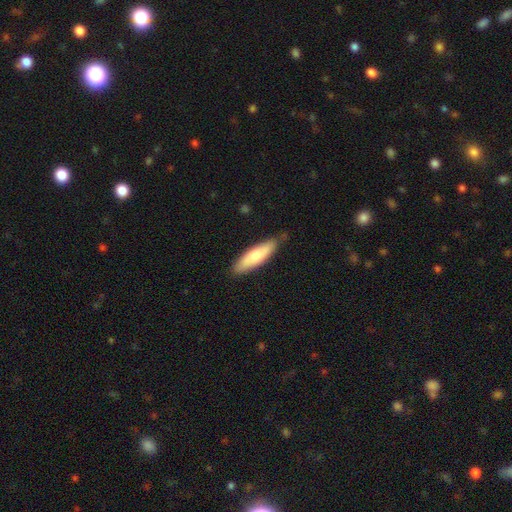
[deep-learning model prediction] Smooth or featured?
  - smooth: 70% *
  - featured or disk: 25%
  - star or artifact: 5%
How rounded?
  - cigar-shaped: 56% *
  - in between: 42%
  - round: 2%
Merging?
  - none: 80% *
  - minor disturbance: 16%
  - major disturbance: 3%
  - merger: 2%